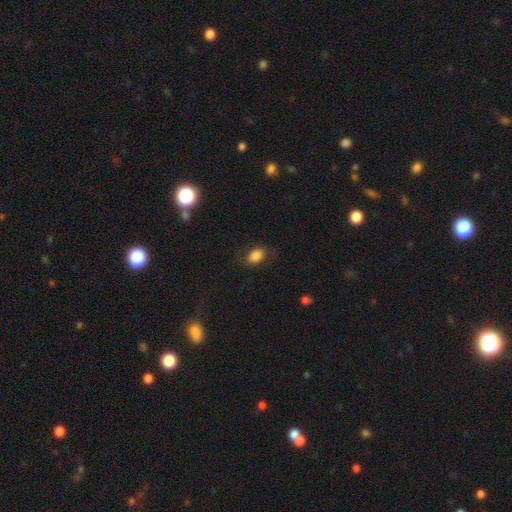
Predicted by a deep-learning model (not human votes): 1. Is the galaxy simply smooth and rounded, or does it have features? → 80% smooth, 12% featured or disk, 8% star or artifact.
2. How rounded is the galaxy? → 77% in between, 22% round, 1% cigar-shaped.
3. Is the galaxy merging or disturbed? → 74% none, 16% minor disturbance, 8% major disturbance, 1% merger.